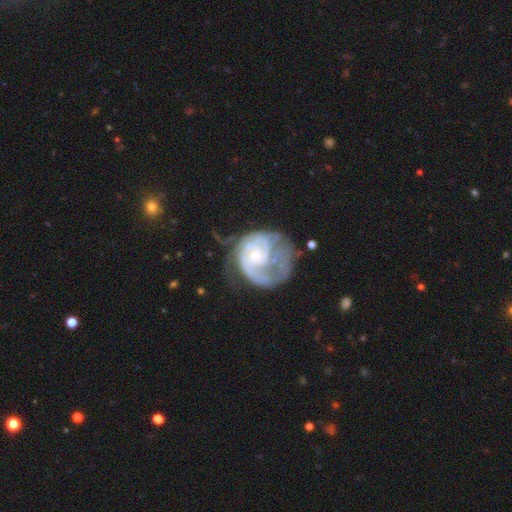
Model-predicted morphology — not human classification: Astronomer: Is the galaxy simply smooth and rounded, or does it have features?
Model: featured or disk — 82%.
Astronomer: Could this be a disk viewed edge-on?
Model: no — 98%.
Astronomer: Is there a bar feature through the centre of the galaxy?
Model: no — 67%.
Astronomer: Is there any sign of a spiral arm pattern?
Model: yes — 89%.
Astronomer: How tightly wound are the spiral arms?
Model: tight — 45% (runner-up: medium, 36%).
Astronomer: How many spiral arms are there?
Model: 2 — 34% (runner-up: can't tell, 27%).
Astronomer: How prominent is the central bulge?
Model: small — 63%.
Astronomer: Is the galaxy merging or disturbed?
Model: major disturbance — 43% (runner-up: none, 31%).